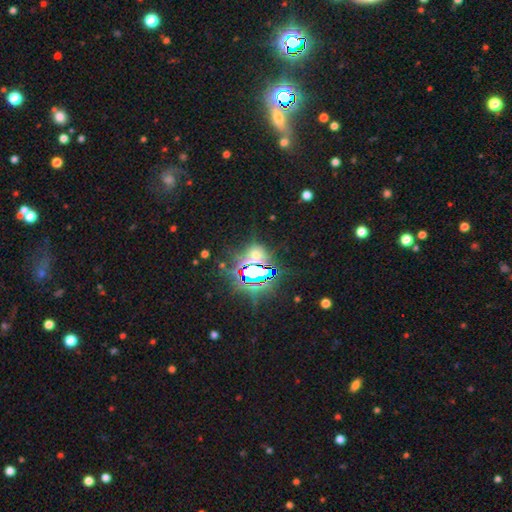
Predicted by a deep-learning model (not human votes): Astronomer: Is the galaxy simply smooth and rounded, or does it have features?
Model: star or artifact — 70%.